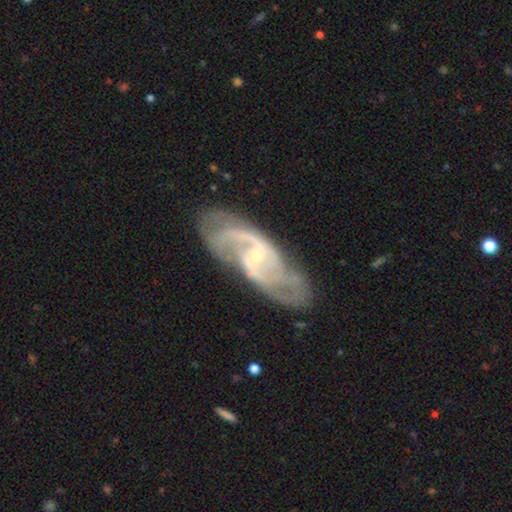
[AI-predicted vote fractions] Overall: featured or disk (88%). Edge-on disk: no (93%). Bar: weak (44%; no 39%). Spiral arms: yes (96%). Spiral arm count: 2 (69%). Spiral winding: medium (51%; loose 25%). Bulge size: small (76%). Merging: none (71%).